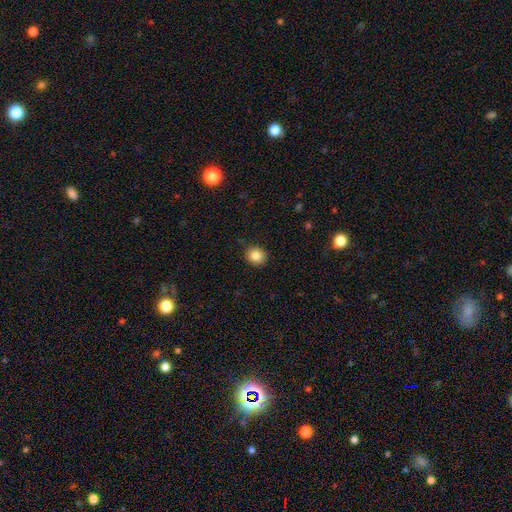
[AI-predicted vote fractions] smooth_or_featured: smooth (p=0.84) [alt: star or artifact p=0.10]
how_rounded: round (p=0.80) [alt: in between p=0.19]
merging: none (p=0.87) [alt: minor disturbance p=0.09]